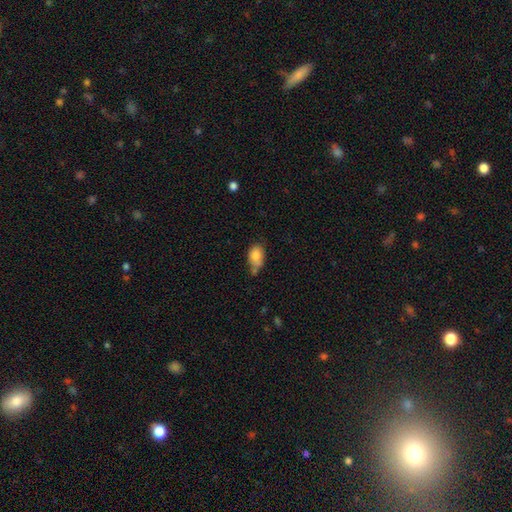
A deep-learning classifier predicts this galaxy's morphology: smooth 81%, featured or disk 11%, star or artifact 8%. Down the decision tree: how rounded — in between (82%); merging — none (40%).